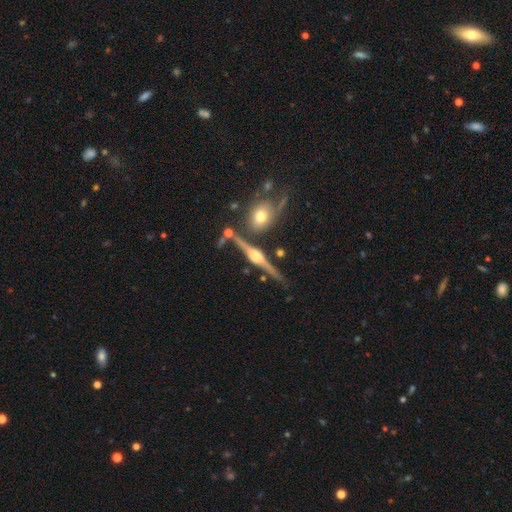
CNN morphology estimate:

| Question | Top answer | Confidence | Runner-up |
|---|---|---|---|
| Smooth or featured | featured or disk | 88% | smooth (6%) |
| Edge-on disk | yes | 97% | no (3%) |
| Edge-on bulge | rounded | 90% | boxy (7%) |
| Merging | none | 80% | minor disturbance (11%) |